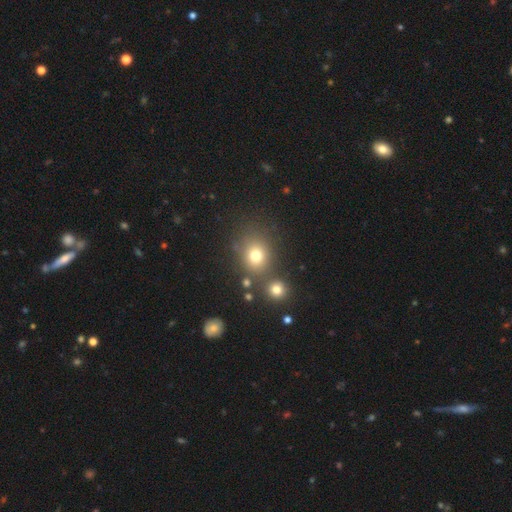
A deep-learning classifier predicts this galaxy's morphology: Smooth or featured? smooth (73%)
How rounded? round (73%)
Merging? none (70%)